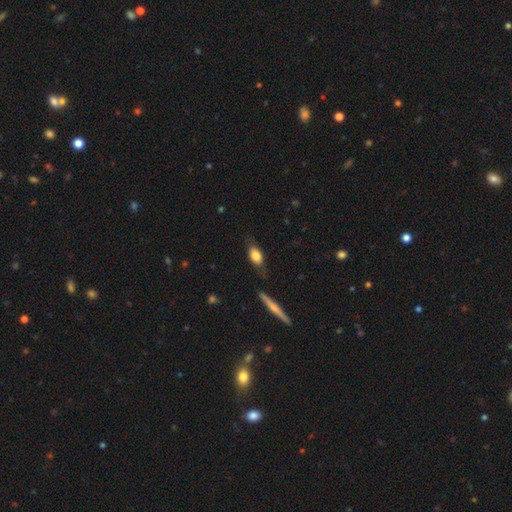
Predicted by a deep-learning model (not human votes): Smooth or featured?
  - smooth: 75% *
  - featured or disk: 18%
  - star or artifact: 7%
How rounded?
  - in between: 83% *
  - cigar-shaped: 9%
  - round: 8%
Merging?
  - none: 68% *
  - minor disturbance: 22%
  - major disturbance: 6%
  - merger: 4%